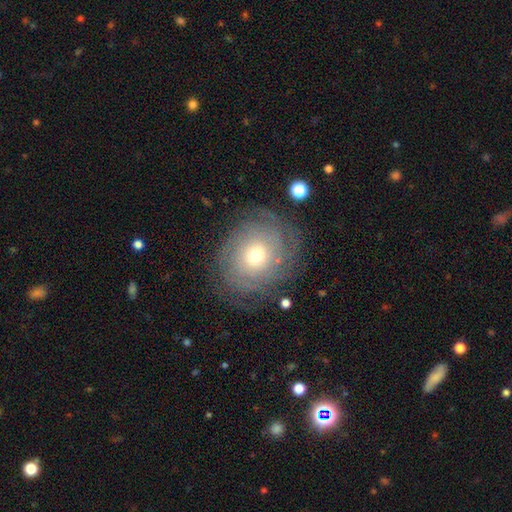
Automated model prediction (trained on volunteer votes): smooth_or_featured: featured or disk (p=0.70) [alt: smooth p=0.20]
disk_edge_on: no (p=0.97) [alt: yes p=0.03]
bar: no (p=0.84) [alt: weak p=0.13]
has_spiral_arms: yes (p=0.87) [alt: no p=0.13]
spiral_winding: tight (p=0.77) [alt: medium p=0.17]
spiral_arm_count: can't tell (p=0.50) [alt: 2 p=0.12]
bulge_size: small (p=0.48) [alt: moderate p=0.46]
merging: none (p=0.77) [alt: minor disturbance p=0.14]